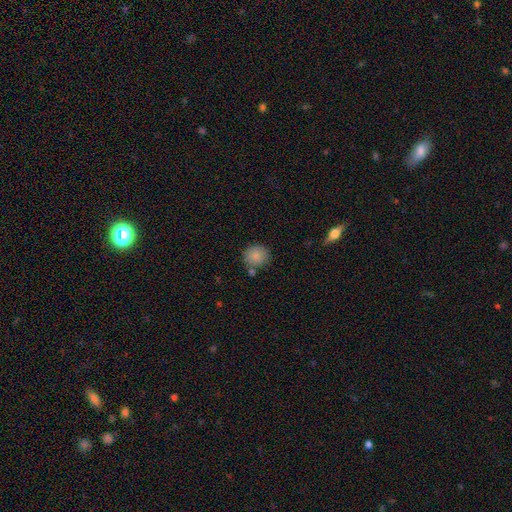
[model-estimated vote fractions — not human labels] Q: Smooth or featured?
A: smooth (86%); runner-up: star or artifact (8%)
Q: How rounded?
A: round (88%); runner-up: in between (11%)
Q: Merging?
A: none (75%); runner-up: minor disturbance (11%)